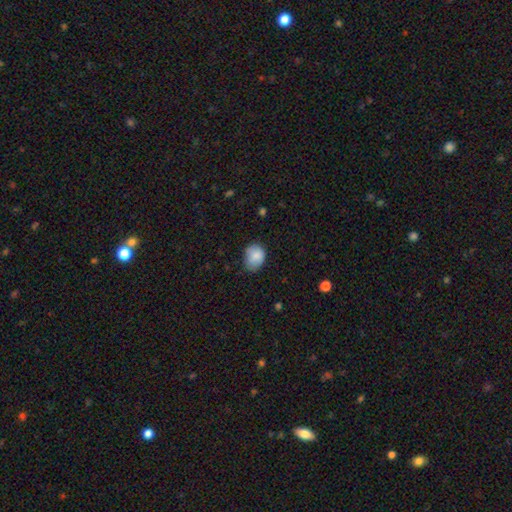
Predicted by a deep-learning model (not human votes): Smooth or featured? smooth (83%)
How rounded? in between (56%)
Merging? none (58%)